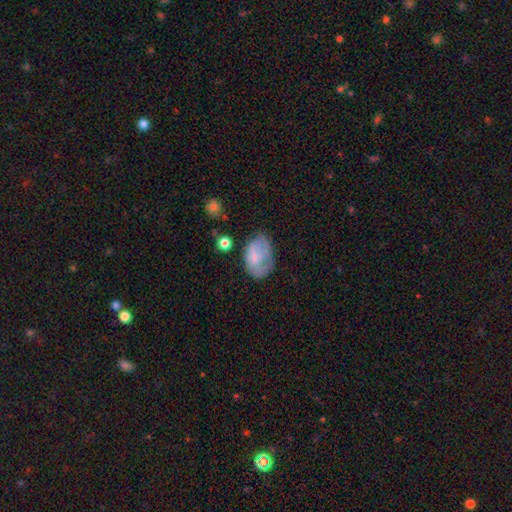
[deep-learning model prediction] Morphology: type=smooth (61%); roundness=in between (86%); merging=none (44%).